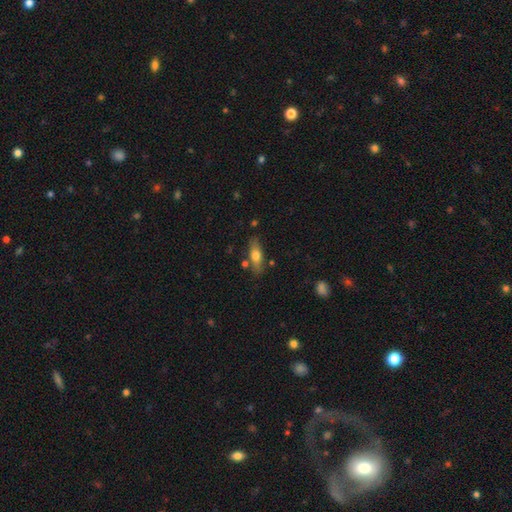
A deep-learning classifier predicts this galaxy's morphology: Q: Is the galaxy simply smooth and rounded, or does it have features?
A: smooth — 62%.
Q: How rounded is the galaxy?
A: in between — 59%.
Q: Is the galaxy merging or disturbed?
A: none — 76%.